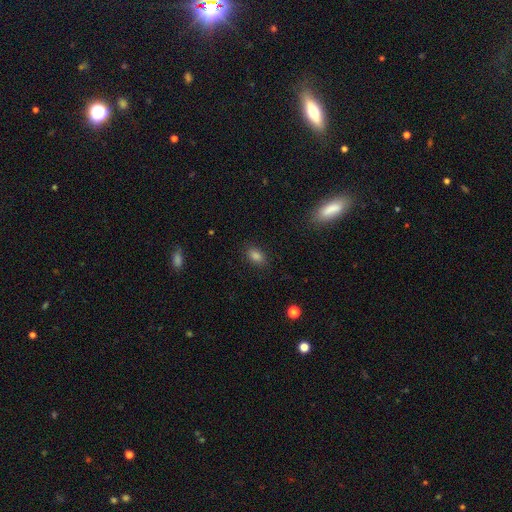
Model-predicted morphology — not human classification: Smooth or featured? smooth (83%)
How rounded? in between (84%)
Merging? none (87%)